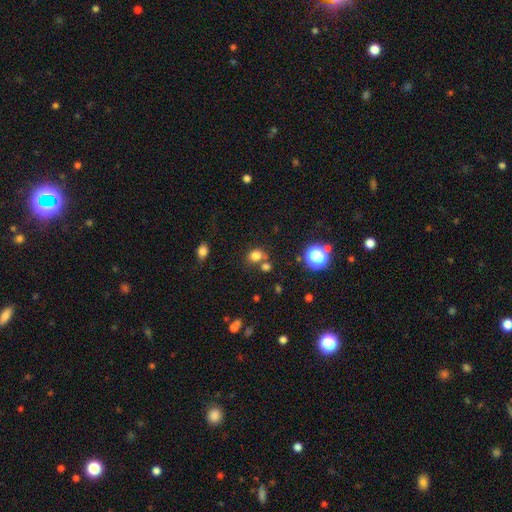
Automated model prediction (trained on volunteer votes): Q: Smooth or featured?
A: smooth (77%); runner-up: star or artifact (17%)
Q: How rounded?
A: round (68%); runner-up: in between (31%)
Q: Merging?
A: none (61%); runner-up: merger (24%)